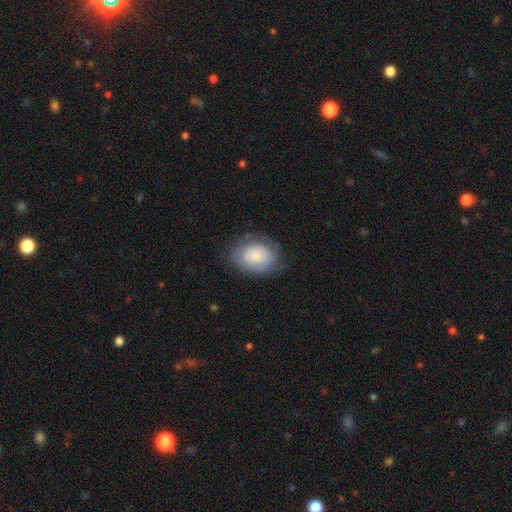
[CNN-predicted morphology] type=smooth (65%); roundness=in between (65%); merging=none (71%).